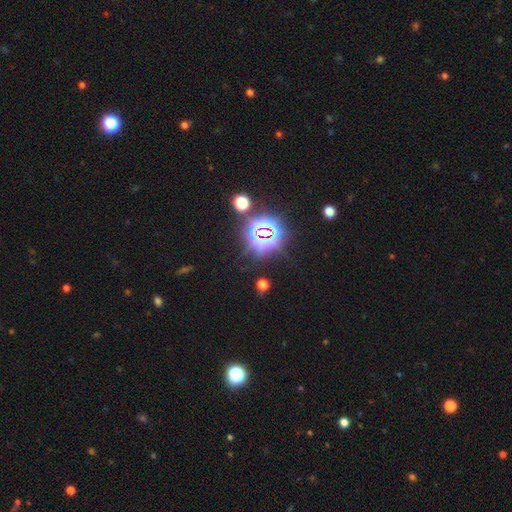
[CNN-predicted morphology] Smooth or featured: star or artifact — 83% (smooth — 11%)